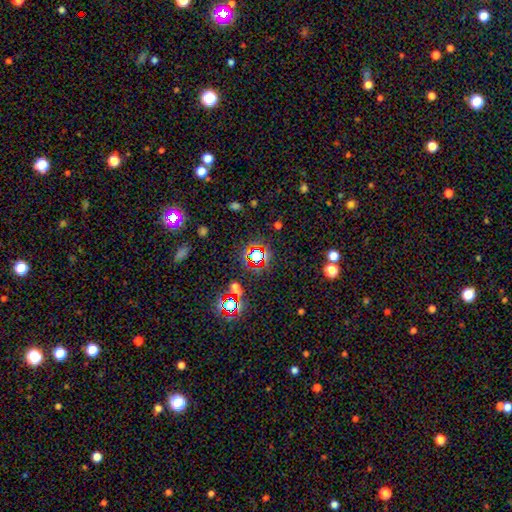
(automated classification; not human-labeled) Q: Smooth or featured?
A: star or artifact (69%); runner-up: smooth (21%)